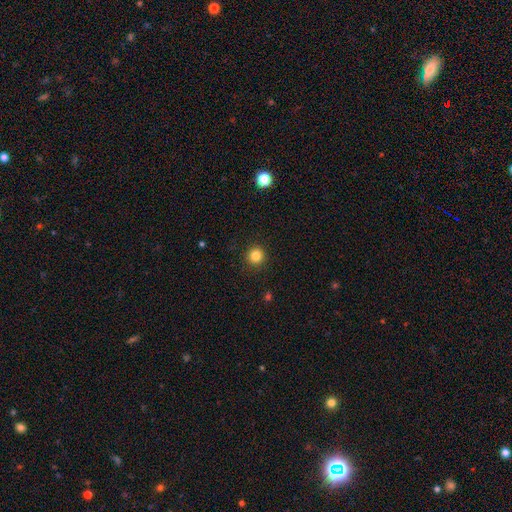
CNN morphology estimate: Q: Smooth or featured?
A: smooth (83%); runner-up: star or artifact (12%)
Q: How rounded?
A: round (95%); runner-up: in between (4%)
Q: Merging?
A: none (92%); runner-up: minor disturbance (5%)